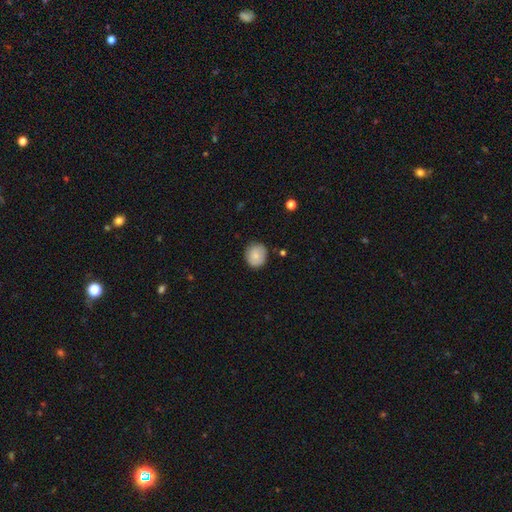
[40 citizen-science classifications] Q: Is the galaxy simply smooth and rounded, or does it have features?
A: smooth — 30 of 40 (75%).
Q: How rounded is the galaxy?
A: round — 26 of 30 (87%).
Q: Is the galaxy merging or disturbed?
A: none — 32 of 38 (84%).